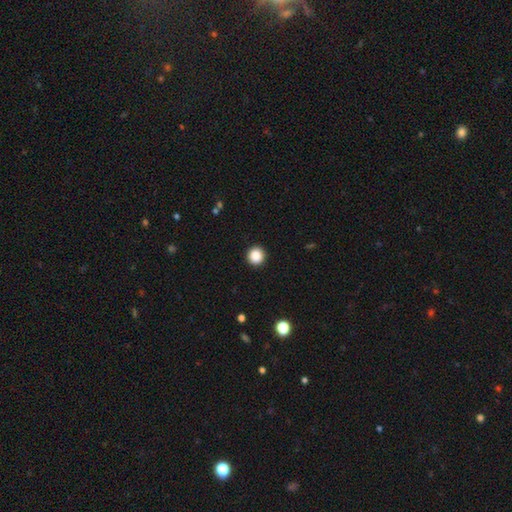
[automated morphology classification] The model was most divided on "smooth or featured": smooth: 87%, star or artifact: 10%, featured or disk: 3%. More confident: how rounded — round (94%); merging — none (93%).